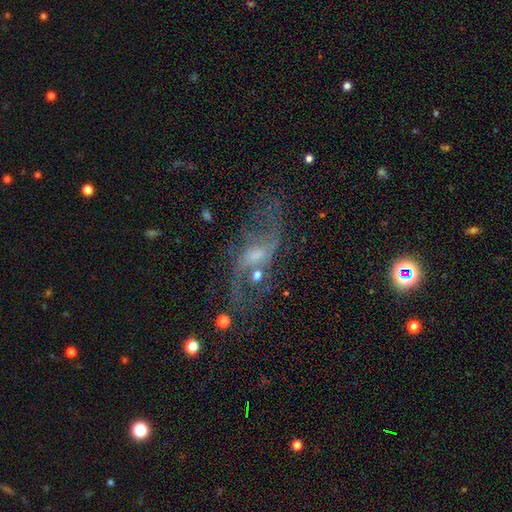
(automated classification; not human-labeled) featured or disk 78%, smooth 11%, star or artifact 11%. Down the decision tree: edge-on disk — no (91%); bar — weak (52%); spiral arms — yes (87%); spiral arm count — 2 (82%); spiral winding — loose (72%); bulge size — small (46%); merging — none (59%).